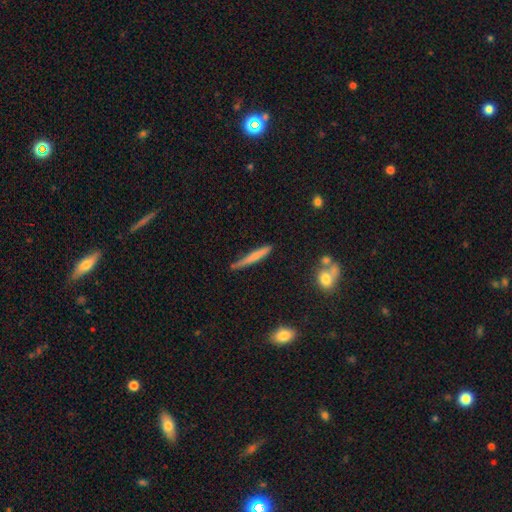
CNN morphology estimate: A smooth galaxy with no disk features (65%) that is cigar-shaped (95%).

Vote fractions:
- Smooth or featured? smooth: 65% / featured or disk: 28% / star or artifact: 7%
- How rounded? cigar-shaped: 95% / in between: 4% / round: 2%
- Merging? none: 72% / minor disturbance: 20% / merger: 4% / major disturbance: 4%